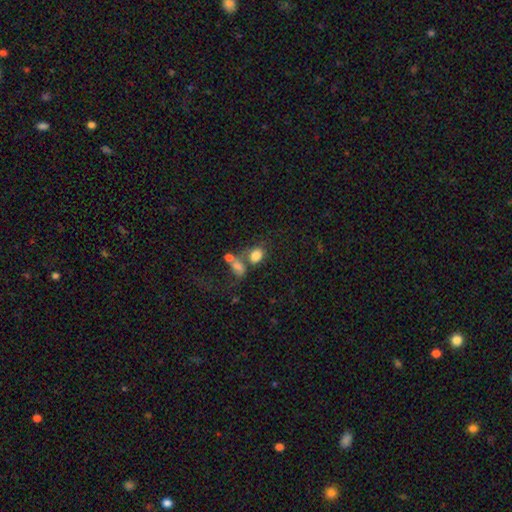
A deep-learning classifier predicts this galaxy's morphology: Overall: smooth (79%). How rounded: in between (67%; round 31%). Merging: merger (39%; none 38%).